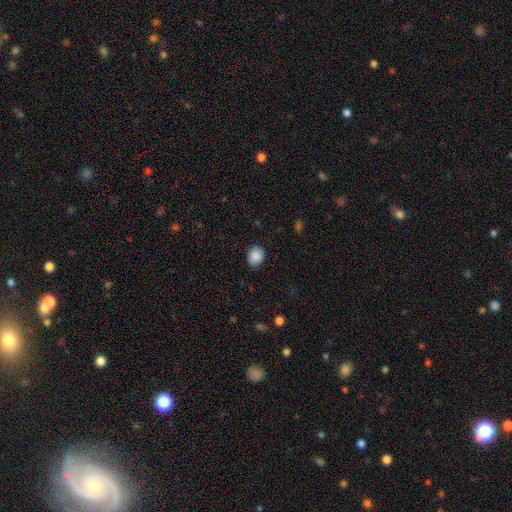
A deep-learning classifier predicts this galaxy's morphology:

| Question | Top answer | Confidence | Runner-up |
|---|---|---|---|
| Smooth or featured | smooth | 89% | star or artifact (8%) |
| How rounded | round | 54% | in between (46%) |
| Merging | none | 85% | minor disturbance (11%) |